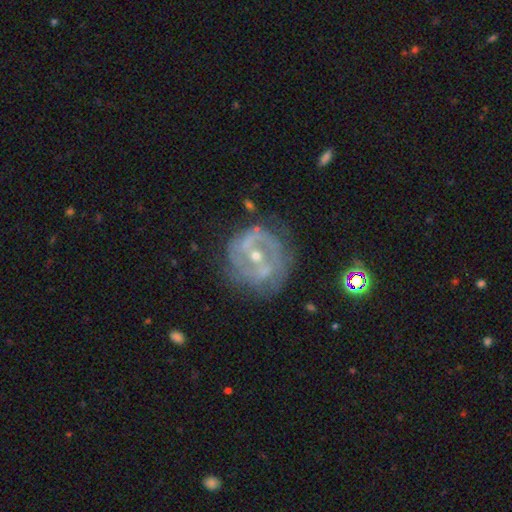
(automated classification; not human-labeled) Morphology: type=featured or disk (82%); edge-on=no (97%); bar=weak (40%); spiral arms=yes (84%); winding=tight (45%); arm count=2 (55%); bulge=small (59%); merging=none (65%).